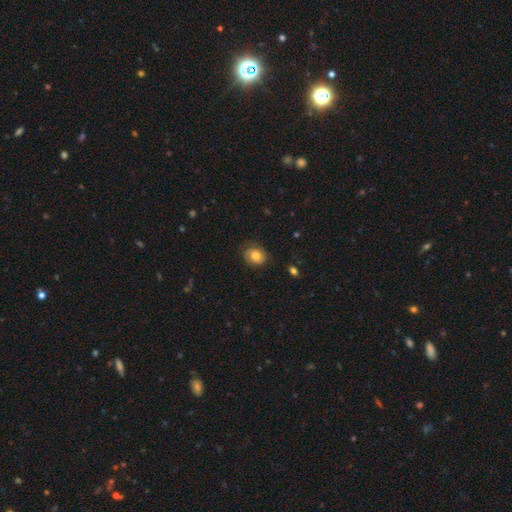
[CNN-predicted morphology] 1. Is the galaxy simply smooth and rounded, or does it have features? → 68% smooth, 22% featured or disk, 9% star or artifact.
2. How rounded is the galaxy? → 62% round, 37% in between, 1% cigar-shaped.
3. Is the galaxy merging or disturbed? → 77% none, 17% minor disturbance, 5% major disturbance, 1% merger.